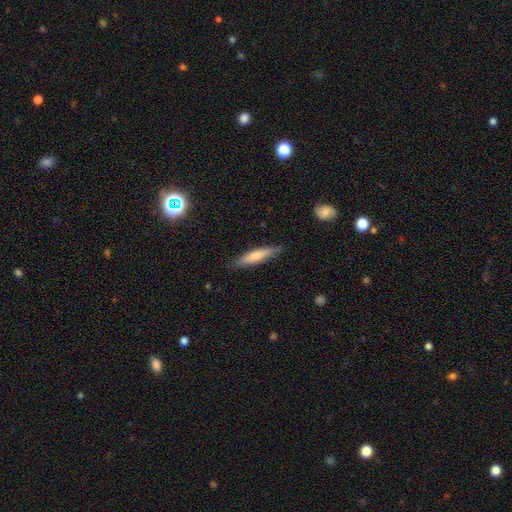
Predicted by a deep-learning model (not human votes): This is possibly a smooth galaxy (54%). How rounded: clearly cigar-shaped (87%). Merging: clearly none (88%).